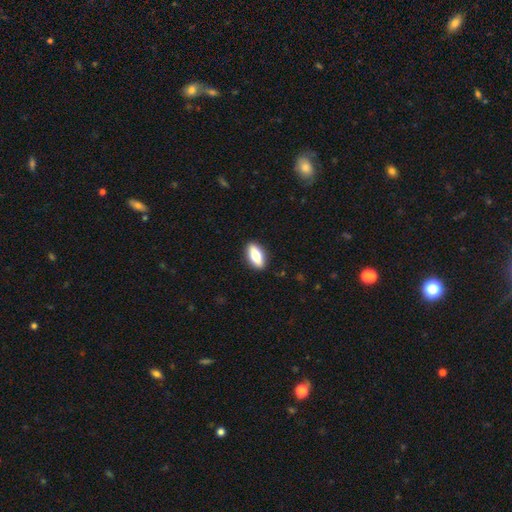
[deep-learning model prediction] Smooth or featured? smooth (66%)
How rounded? in between (77%)
Merging? none (89%)